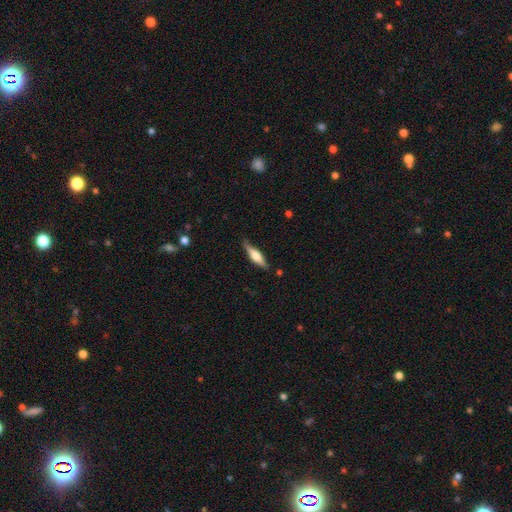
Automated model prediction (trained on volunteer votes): smooth-or-featured: smooth: 48% | featured or disk: 46% | star or artifact: 6%
  merging: none: 79% | minor disturbance: 16% | major disturbance: 3% | merger: 2%